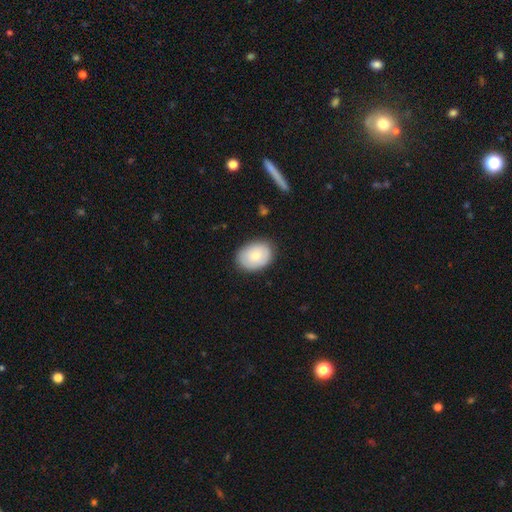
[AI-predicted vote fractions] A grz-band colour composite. It shows a smooth galaxy with no disk features (71%) that is in between round and cigar-shaped (70%). Merging: none (84%).